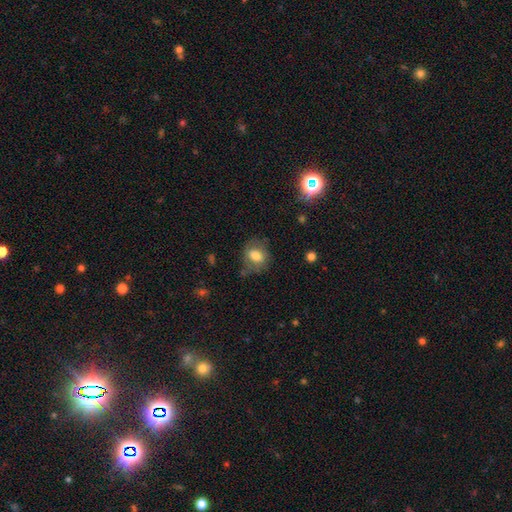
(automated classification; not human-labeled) smooth_or_featured: smooth (p=0.72) [alt: featured or disk p=0.19]
how_rounded: in between (p=0.52) [alt: round p=0.47]
merging: none (p=0.64) [alt: minor disturbance p=0.22]